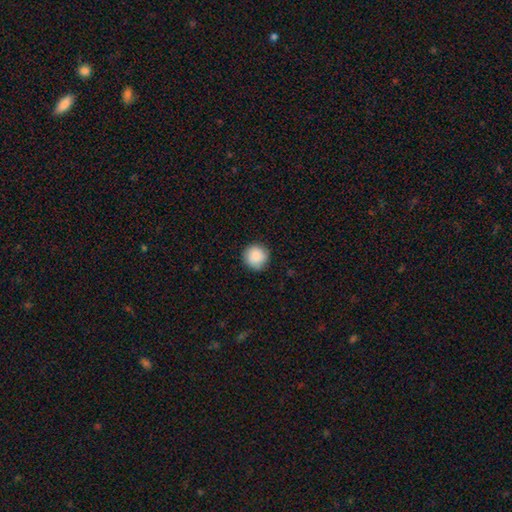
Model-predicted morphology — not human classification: Smooth or featured? smooth (88%)
How rounded? round (95%)
Merging? none (88%)